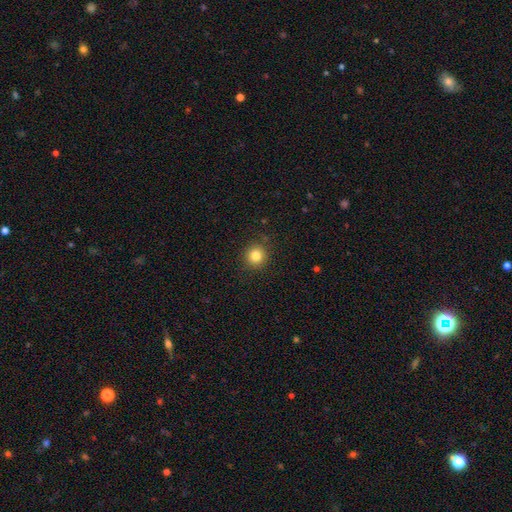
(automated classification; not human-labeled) smooth-or-featured: smooth: 82% | star or artifact: 12% | featured or disk: 6%
  how-rounded: round: 93% | in between: 6% | cigar-shaped: 1%
  merging: none: 91% | minor disturbance: 6% | major disturbance: 2% | merger: 1%